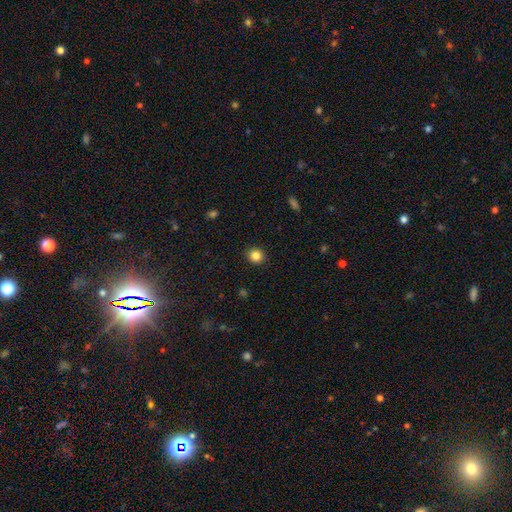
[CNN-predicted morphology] smooth-or-featured: smooth: 84% | star or artifact: 11% | featured or disk: 5%
  how-rounded: round: 87% | in between: 12% | cigar-shaped: 1%
  merging: none: 91% | minor disturbance: 6% | major disturbance: 2% | merger: 1%